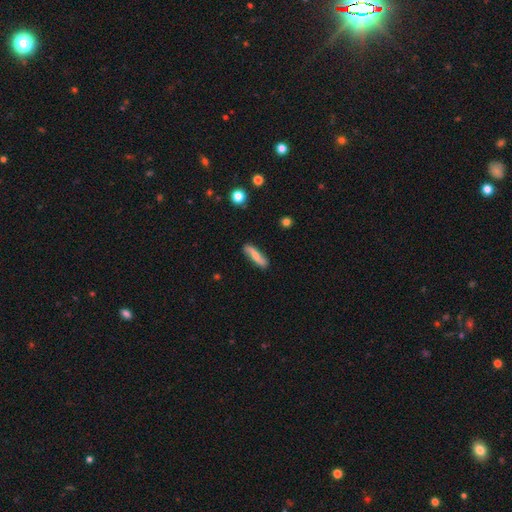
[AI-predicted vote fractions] A smooth galaxy with no disk features (53%) that is cigar-shaped (71%). Merging: none (80%).